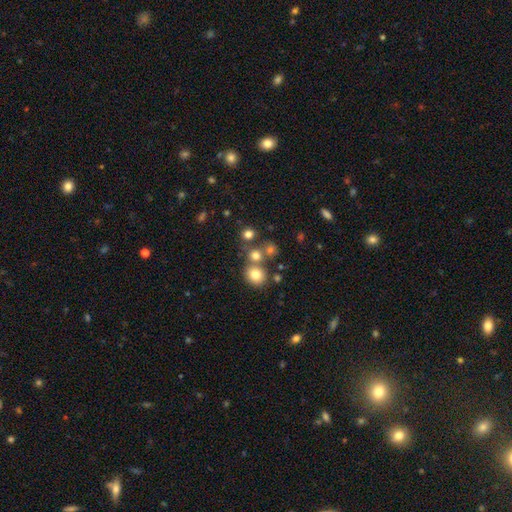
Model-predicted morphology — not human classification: Overall: smooth (74%). How rounded: round (82%). Merging: none (59%; merger 29%).